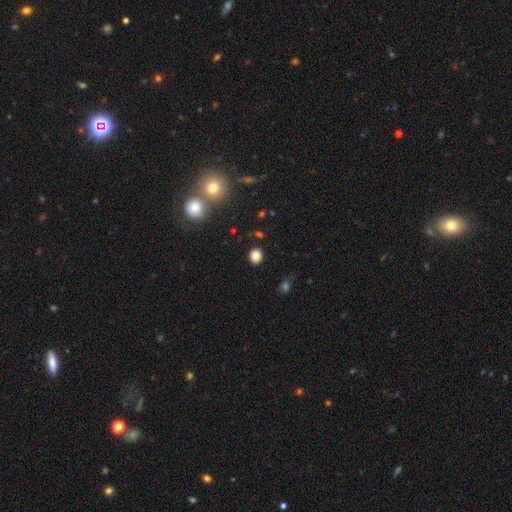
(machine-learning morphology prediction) Smooth or featured? smooth (84%)
How rounded? round (85%)
Merging? none (88%)